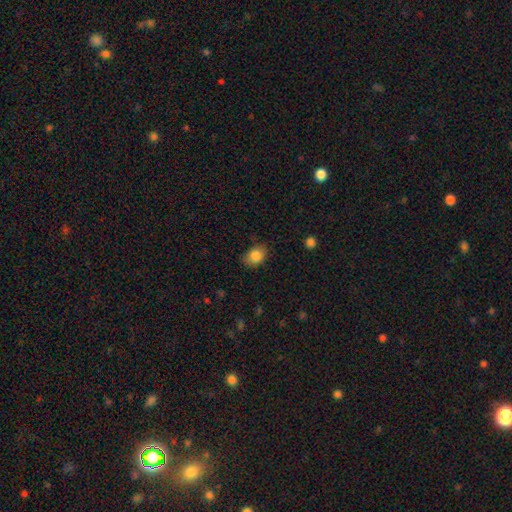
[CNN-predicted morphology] Smooth or featured? smooth (84%)
How rounded? in between (70%)
Merging? none (70%)